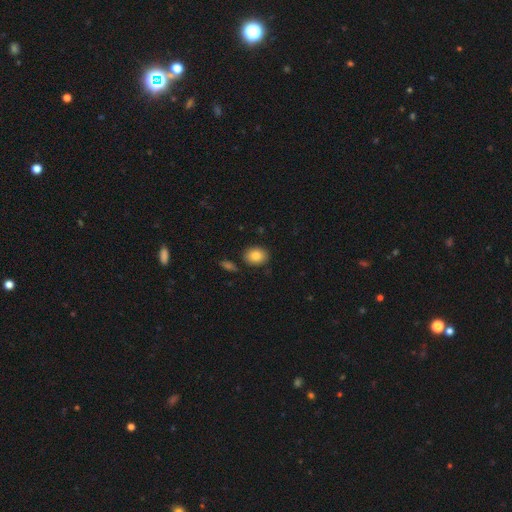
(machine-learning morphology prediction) This is clearly a smooth galaxy (85%). How rounded: likely in between (62%). Merging: clearly none (85%).